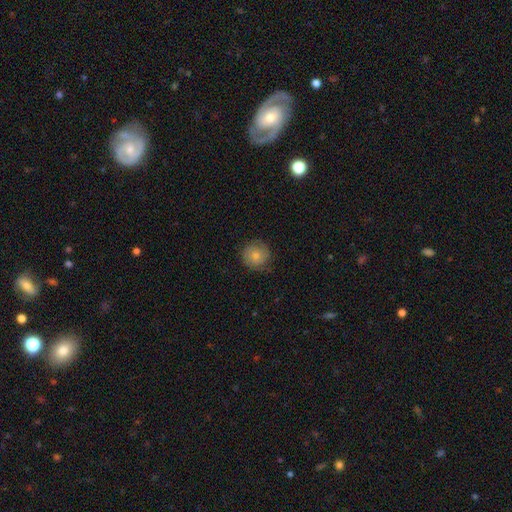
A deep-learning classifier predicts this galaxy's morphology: Smooth or featured? smooth (73%)
How rounded? round (92%)
Merging? none (77%)